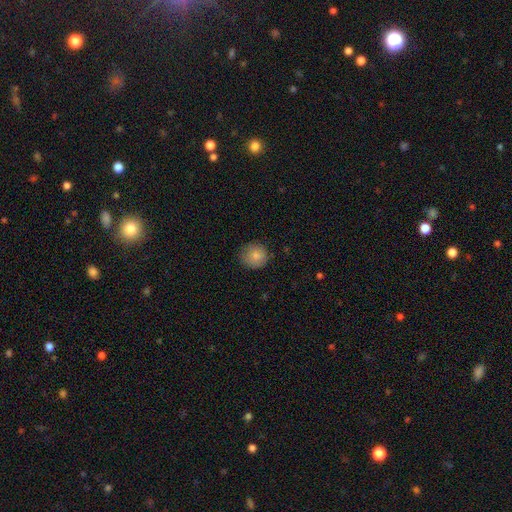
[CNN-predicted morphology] This appears to be a smooth galaxy with no disk features (84%) that is round (91%). Merging: none (81%).